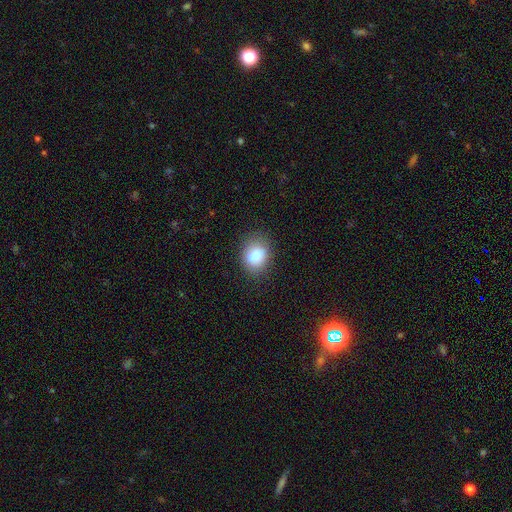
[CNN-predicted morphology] smooth_or_featured: smooth (p=0.83) [alt: star or artifact p=0.09]
how_rounded: in between (p=0.58) [alt: round p=0.41]
merging: none (p=0.78) [alt: minor disturbance p=0.16]